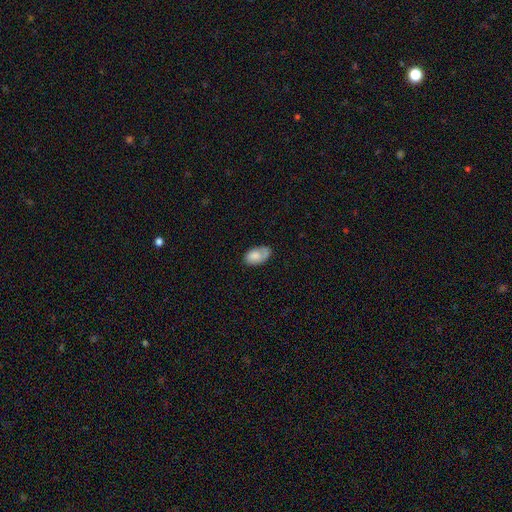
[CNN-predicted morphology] type=smooth (75%); roundness=in between (93%); merging=none (60%).